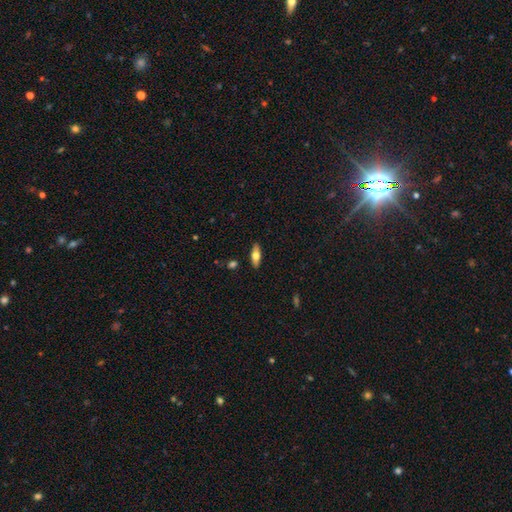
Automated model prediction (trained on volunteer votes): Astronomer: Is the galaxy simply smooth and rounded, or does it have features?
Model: smooth — 60%.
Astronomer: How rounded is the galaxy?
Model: in between — 69%.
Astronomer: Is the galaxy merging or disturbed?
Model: none — 88%.